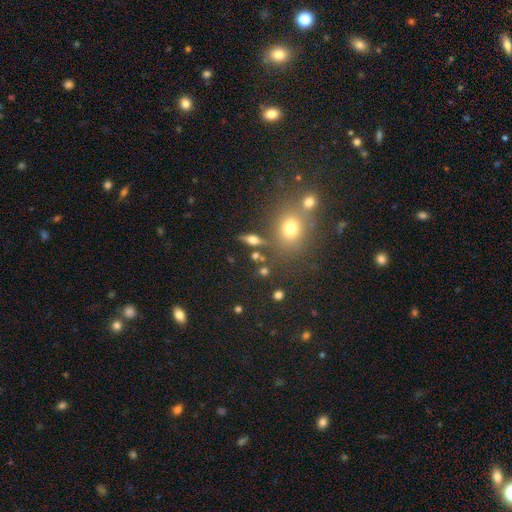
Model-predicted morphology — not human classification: A smooth galaxy with no disk features (50%).

Vote fractions:
- Smooth or featured? smooth: 50% / featured or disk: 34% / star or artifact: 16%
- Merging? none: 76% / minor disturbance: 11% / merger: 9% / major disturbance: 5%